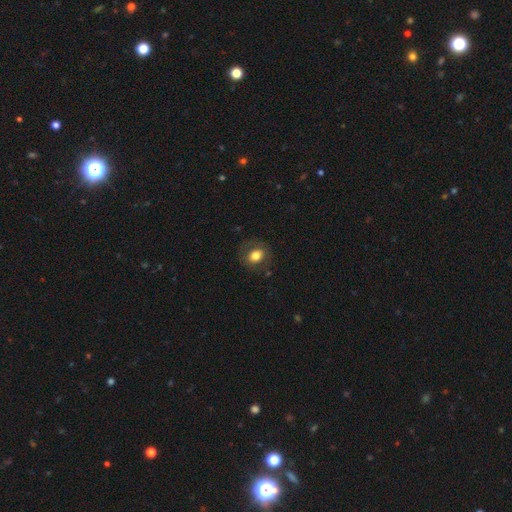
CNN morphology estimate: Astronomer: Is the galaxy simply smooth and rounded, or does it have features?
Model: smooth — 77%.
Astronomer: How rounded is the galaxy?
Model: round — 53% (runner-up: in between, 46%).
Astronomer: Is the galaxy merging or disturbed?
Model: none — 80%.